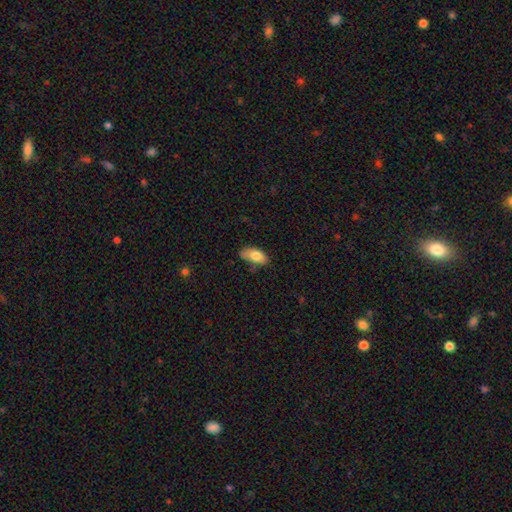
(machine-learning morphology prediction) Smooth or featured? smooth (78%)
How rounded? in between (90%)
Merging? none (56%)